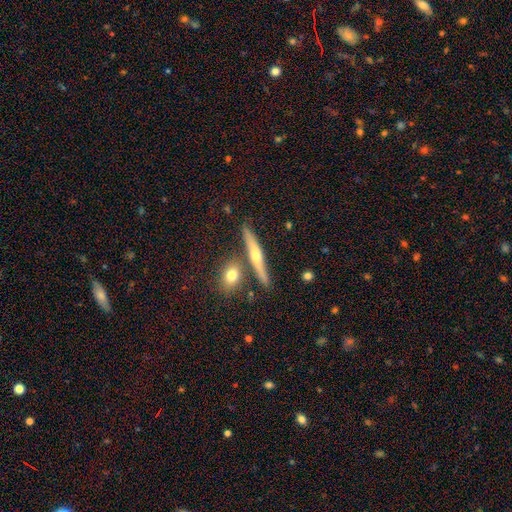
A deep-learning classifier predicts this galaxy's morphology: Smooth or featured? Predicted: featured or disk (p=0.67). Edge-on disk? Predicted: yes (p=0.95). Edge-on bulge? Predicted: rounded (p=0.86). Merging? Predicted: none (p=0.79).